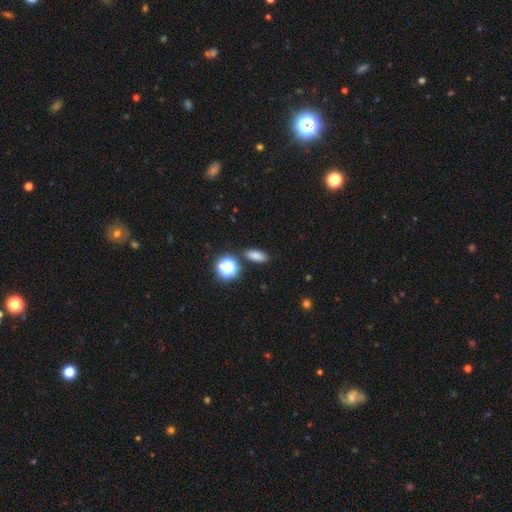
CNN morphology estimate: Smooth or featured? smooth (78%)
How rounded? in between (72%)
Merging? none (85%)